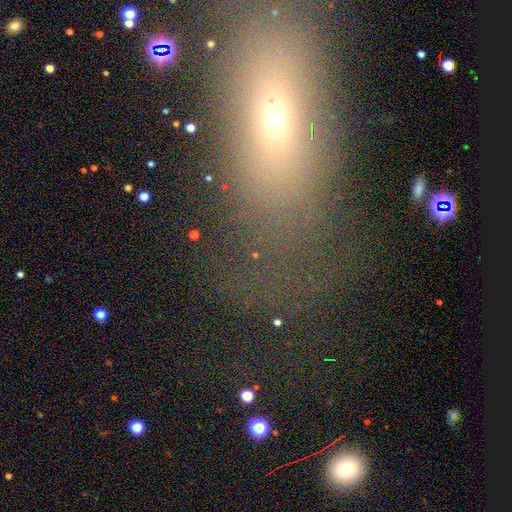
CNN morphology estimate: This appears to be a star or artifact, not a galaxy (62%).